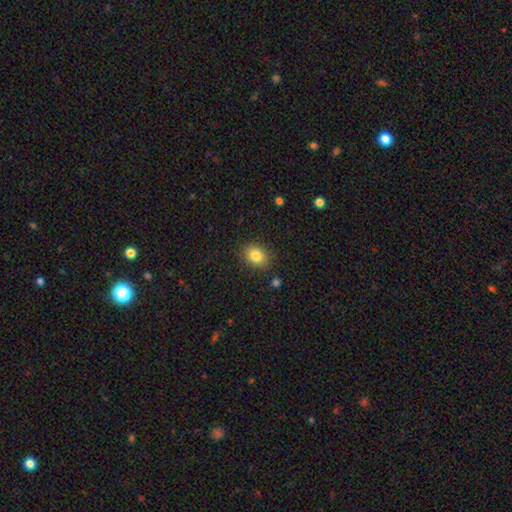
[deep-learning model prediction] smooth_or_featured: smooth (p=0.83) [alt: star or artifact p=0.10]
how_rounded: in between (p=0.51) [alt: round p=0.48]
merging: none (p=0.87) [alt: minor disturbance p=0.09]